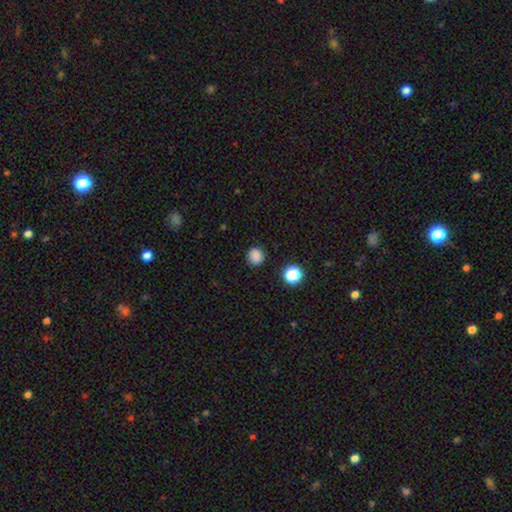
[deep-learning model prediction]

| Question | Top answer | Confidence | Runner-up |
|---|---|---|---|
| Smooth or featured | smooth | 84% | star or artifact (13%) |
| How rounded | round | 88% | in between (11%) |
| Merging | none | 88% | minor disturbance (8%) |